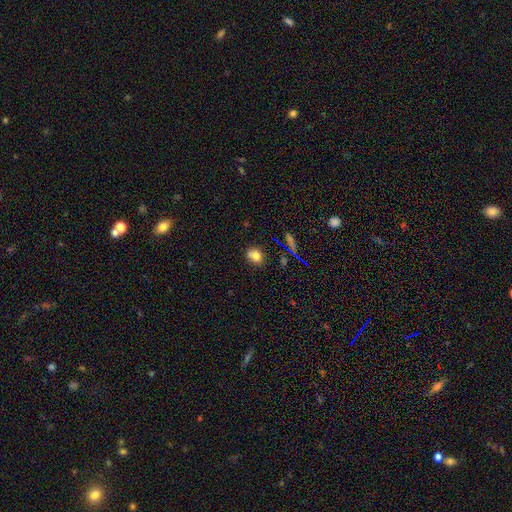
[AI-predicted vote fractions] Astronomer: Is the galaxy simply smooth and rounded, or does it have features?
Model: smooth — 76%.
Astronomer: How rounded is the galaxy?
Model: round — 51% (runner-up: in between, 47%).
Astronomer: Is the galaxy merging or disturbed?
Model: none — 62%.